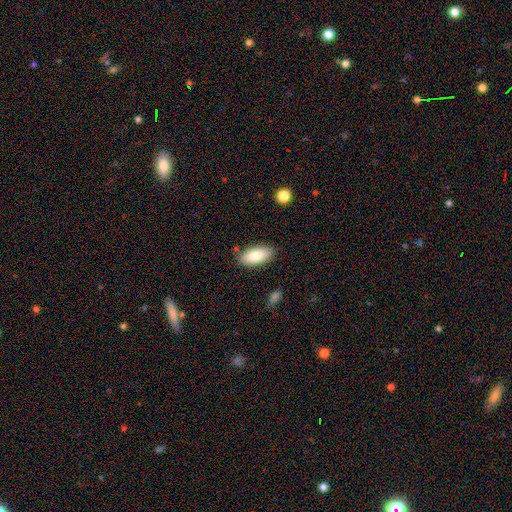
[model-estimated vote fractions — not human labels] smooth 81%, featured or disk 13%, star or artifact 6%. Down the decision tree: how rounded — in between (91%); merging — none (84%).